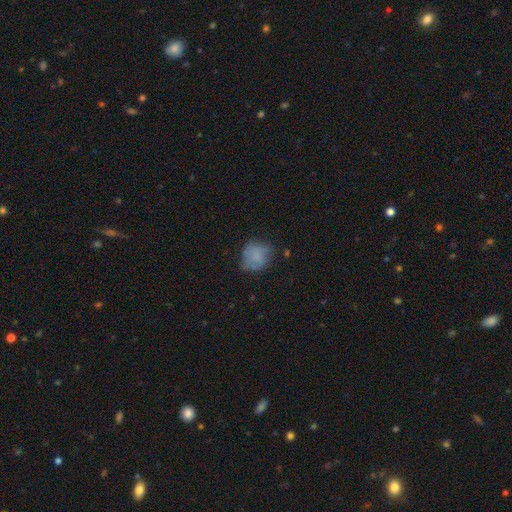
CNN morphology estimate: Smooth or featured? Predicted: smooth (p=0.69). How rounded? Predicted: round (p=0.70). Merging? Predicted: none (p=0.50).